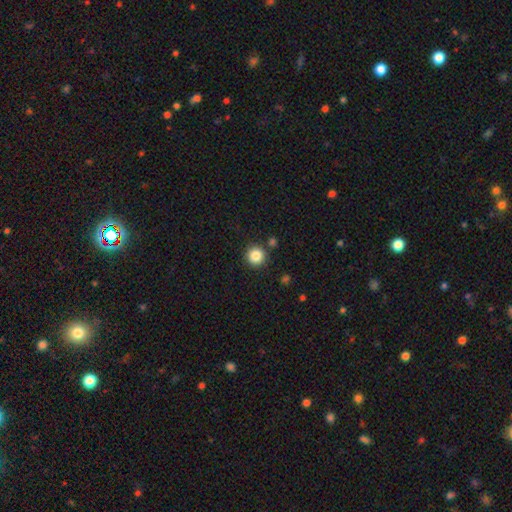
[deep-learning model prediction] smooth_or_featured: smooth (p=0.85) [alt: star or artifact p=0.10]
how_rounded: round (p=0.95) [alt: in between p=0.04]
merging: none (p=0.87) [alt: minor disturbance p=0.06]